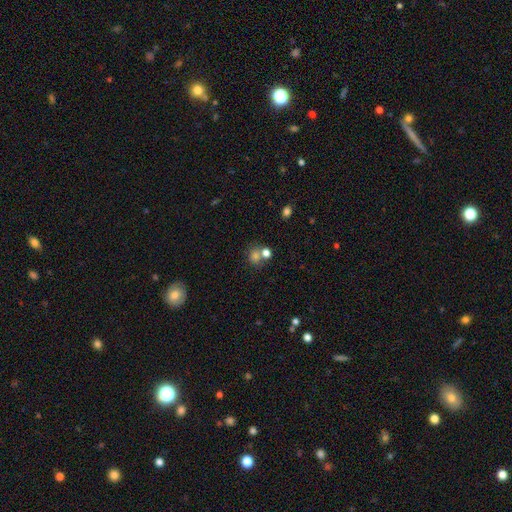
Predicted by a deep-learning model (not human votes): Q: Smooth or featured?
A: smooth (74%); runner-up: star or artifact (15%)
Q: How rounded?
A: round (74%); runner-up: in between (25%)
Q: Merging?
A: none (51%); runner-up: merger (35%)